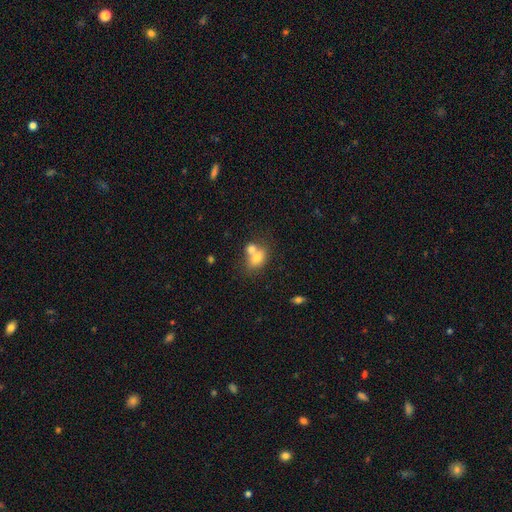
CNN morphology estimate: A smooth galaxy with no disk features (74%) that is in between round and cigar-shaped (68%).

Vote fractions:
- Smooth or featured? smooth: 74% / featured or disk: 16% / star or artifact: 10%
- How rounded? in between: 68% / round: 30% / cigar-shaped: 2%
- Merging? merger: 53% / none: 33% / minor disturbance: 10% / major disturbance: 5%